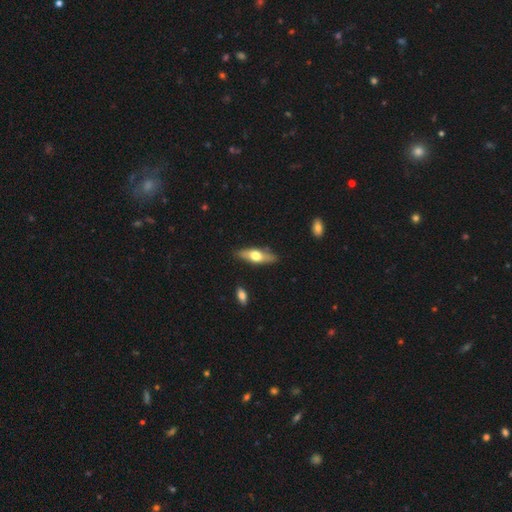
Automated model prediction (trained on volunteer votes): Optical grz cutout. It shows a smooth galaxy with no disk features (50%). Merging: none (84%).